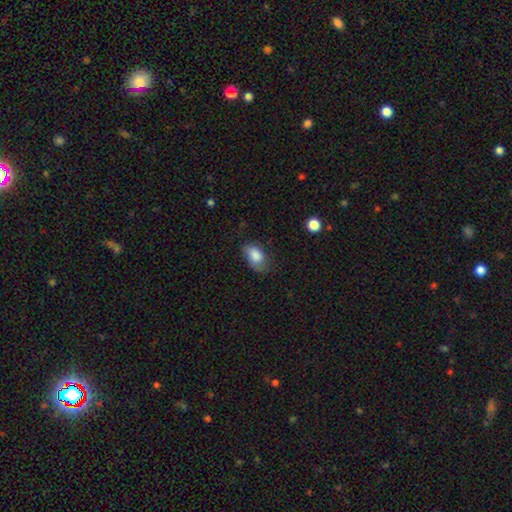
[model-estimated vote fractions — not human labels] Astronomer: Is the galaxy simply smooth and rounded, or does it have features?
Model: smooth — 82%.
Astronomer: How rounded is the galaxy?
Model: in between — 89%.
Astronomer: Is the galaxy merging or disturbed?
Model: none — 57%.